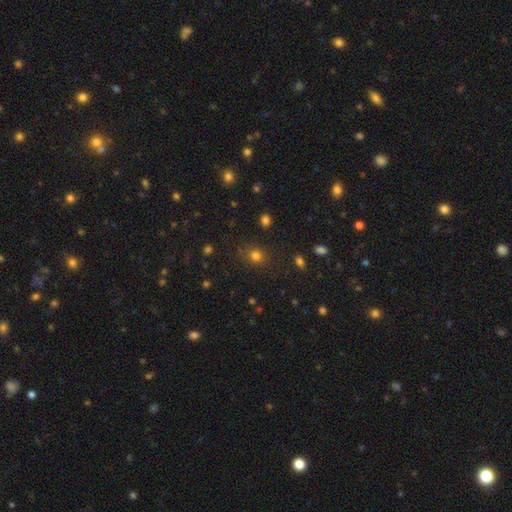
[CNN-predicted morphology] smooth_or_featured: smooth (p=0.77) [alt: star or artifact p=0.18]
how_rounded: round (p=0.76) [alt: in between p=0.23]
merging: none (p=0.83) [alt: minor disturbance p=0.11]